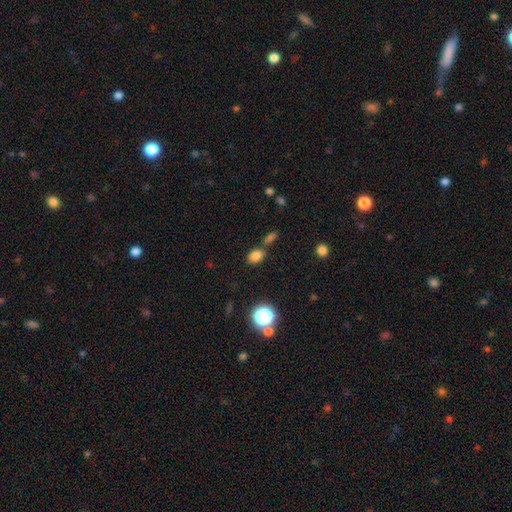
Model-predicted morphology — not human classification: This is likely a smooth galaxy (78%). How rounded: likely in between (74%). Merging: likely none (62%).